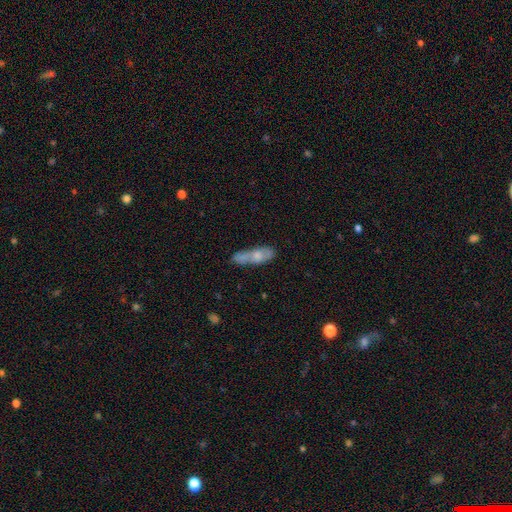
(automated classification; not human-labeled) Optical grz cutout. It shows a smooth galaxy with no disk features (57%) that is cigar-shaped (59%). Merging: none (52%).